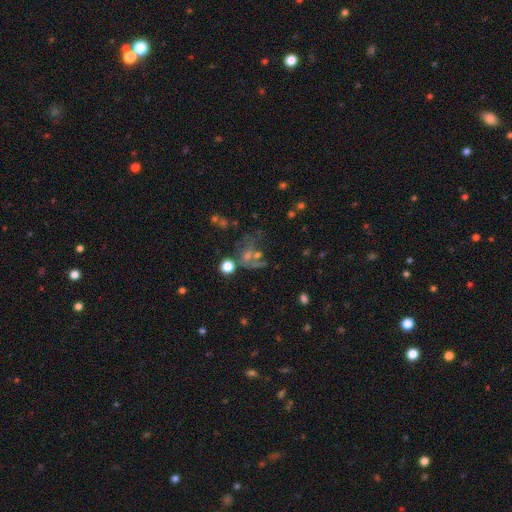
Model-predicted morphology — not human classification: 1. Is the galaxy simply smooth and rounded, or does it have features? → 40% star or artifact, 30% smooth, 30% featured or disk.